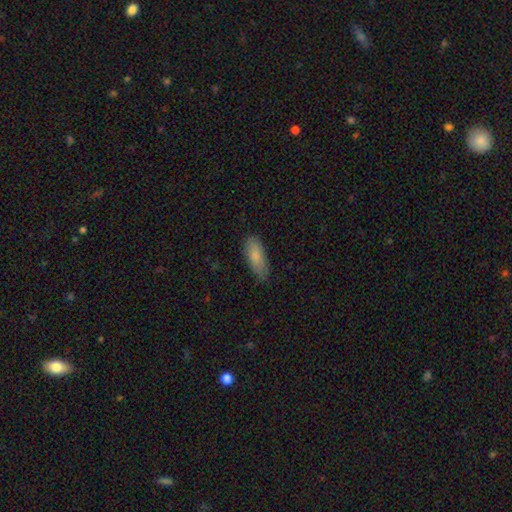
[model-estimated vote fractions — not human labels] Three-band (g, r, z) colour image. It shows a smooth galaxy with no disk features (84%) that is in between round and cigar-shaped (73%). Merging: none (73%).